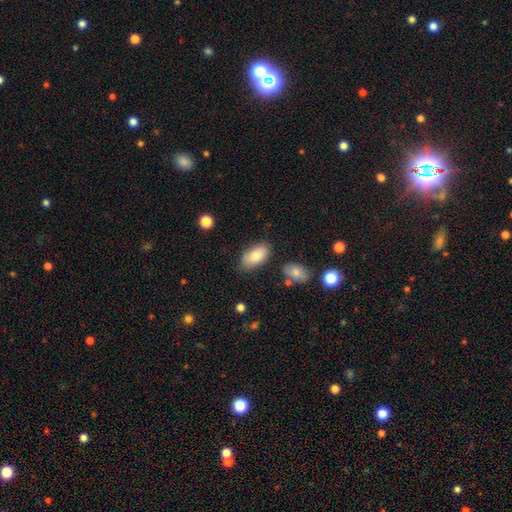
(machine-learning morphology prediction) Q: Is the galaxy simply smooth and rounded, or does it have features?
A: smooth — 79%.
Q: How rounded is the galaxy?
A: in between — 94%.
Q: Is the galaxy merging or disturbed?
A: none — 78%.